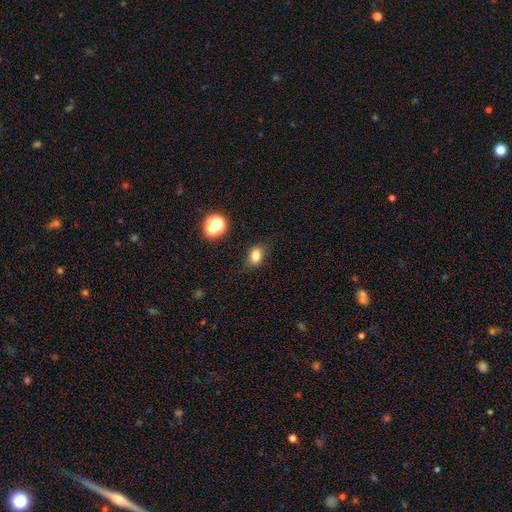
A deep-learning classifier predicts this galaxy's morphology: Q: Smooth or featured?
A: smooth (79%); runner-up: star or artifact (13%)
Q: How rounded?
A: in between (70%); runner-up: round (29%)
Q: Merging?
A: none (78%); runner-up: minor disturbance (16%)